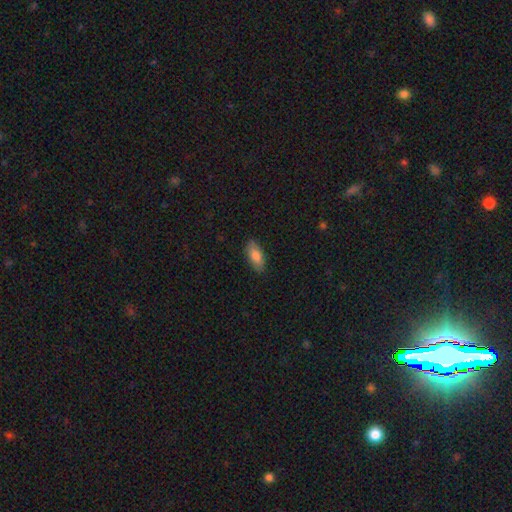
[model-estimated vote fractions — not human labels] smooth-or-featured: smooth: 80% | featured or disk: 14% | star or artifact: 6%
  how-rounded: in between: 83% | cigar-shaped: 14% | round: 2%
  merging: none: 87% | minor disturbance: 10% | major disturbance: 2% | merger: 1%